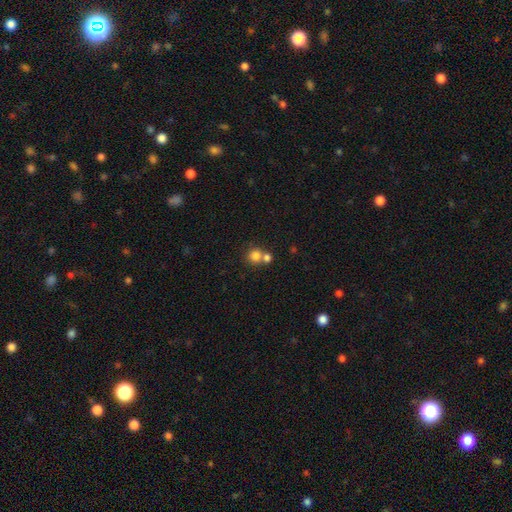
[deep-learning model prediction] The model was most divided on "merging": none: 51%, merger: 40%, minor disturbance: 7%, major disturbance: 3%. More confident: how rounded — round (89%); smooth or featured — smooth (81%).